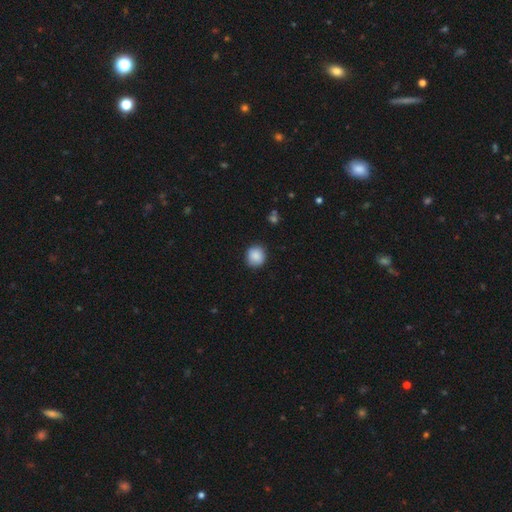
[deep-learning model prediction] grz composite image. It shows a smooth galaxy with no disk features (88%) that is round (88%). Merging: none (88%).